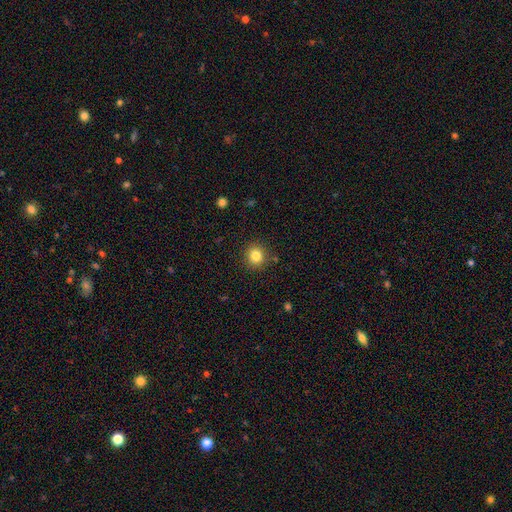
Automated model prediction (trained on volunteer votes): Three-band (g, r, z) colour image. It shows a smooth galaxy with no disk features (82%) that is round (88%). Merging: none (89%).